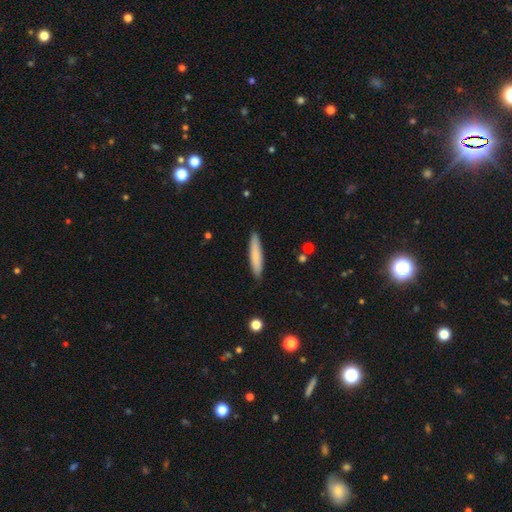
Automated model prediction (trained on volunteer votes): smooth 79%, featured or disk 15%, star or artifact 6%. Down the decision tree: how rounded — cigar-shaped (89%); merging — none (88%).